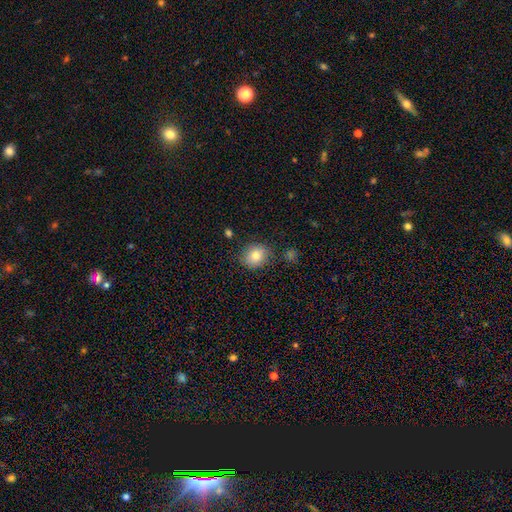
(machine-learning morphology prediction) Smooth or featured? smooth (81%)
How rounded? round (68%)
Merging? none (82%)